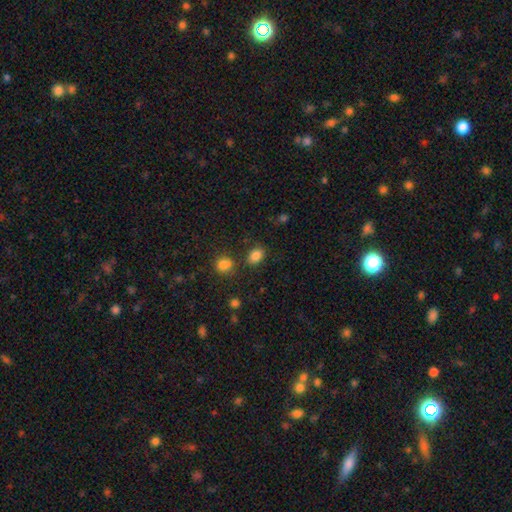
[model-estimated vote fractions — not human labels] smooth_or_featured: smooth (p=0.84) [alt: star or artifact p=0.11]
how_rounded: in between (p=0.74) [alt: round p=0.25]
merging: none (p=0.76) [alt: minor disturbance p=0.12]